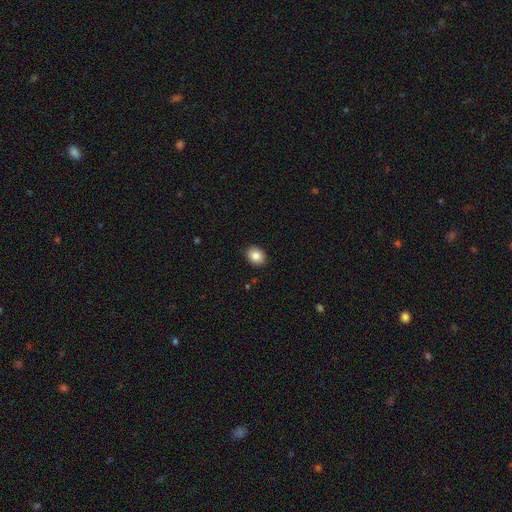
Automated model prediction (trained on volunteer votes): A smooth galaxy with no disk features (85%) that is in between round and cigar-shaped (55%).

Vote fractions:
- Smooth or featured? smooth: 85% / star or artifact: 8% / featured or disk: 6%
- How rounded? in between: 55% / round: 44% / cigar-shaped: 1%
- Merging? none: 90% / minor disturbance: 8% / major disturbance: 2% / merger: 1%